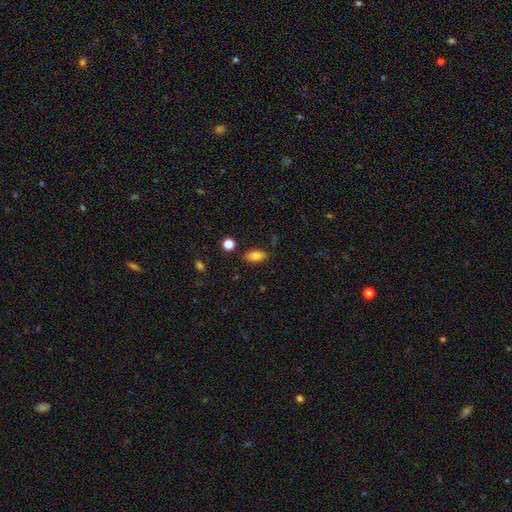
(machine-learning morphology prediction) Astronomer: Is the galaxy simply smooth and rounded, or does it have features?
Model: smooth — 80%.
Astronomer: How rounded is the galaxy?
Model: in between — 84%.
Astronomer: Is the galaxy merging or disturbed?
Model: none — 84%.